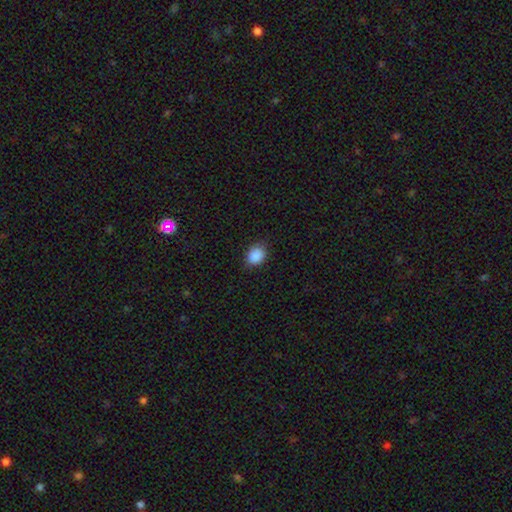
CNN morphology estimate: smooth-or-featured: smooth: 89% | star or artifact: 9% | featured or disk: 3%
  how-rounded: in between: 57% | round: 42% | cigar-shaped: 1%
  merging: none: 82% | minor disturbance: 14% | major disturbance: 3% | merger: 1%